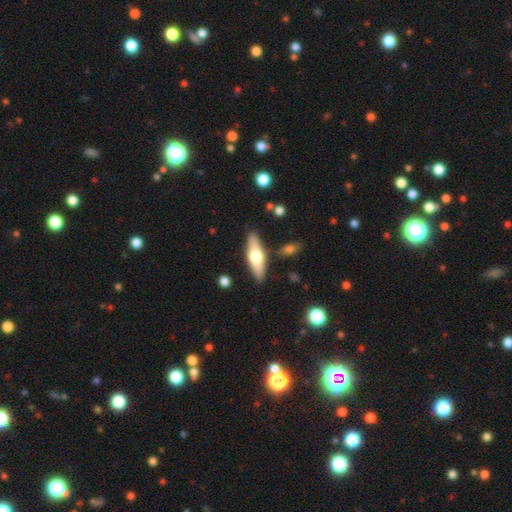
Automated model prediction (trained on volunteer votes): Smooth or featured? featured or disk (48%)
Merging? none (85%)